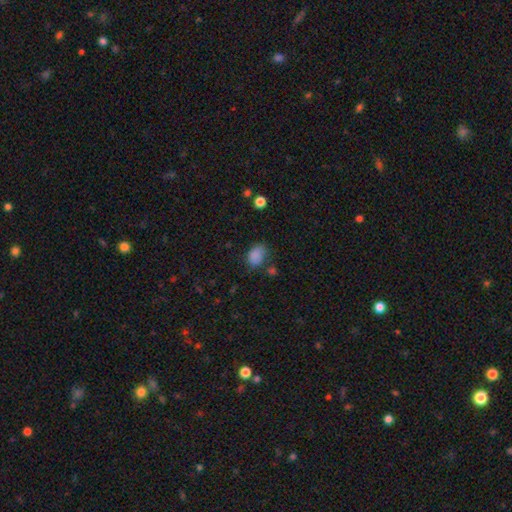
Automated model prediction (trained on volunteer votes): Morphology: type=smooth (84%); roundness=in between (73%); merging=none (65%).